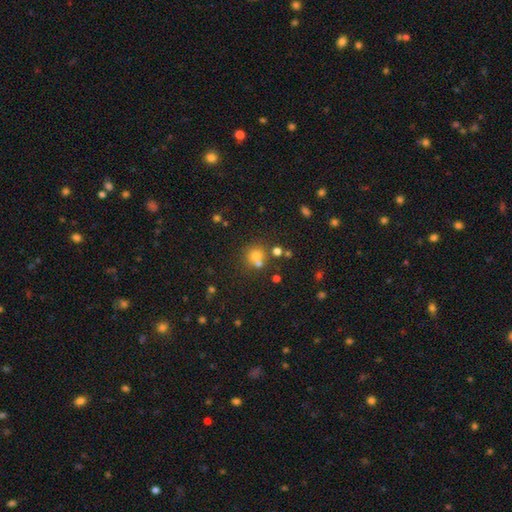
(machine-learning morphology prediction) This appears to be a smooth galaxy with no disk features (66%) that is round (87%). Merging: none (59%).